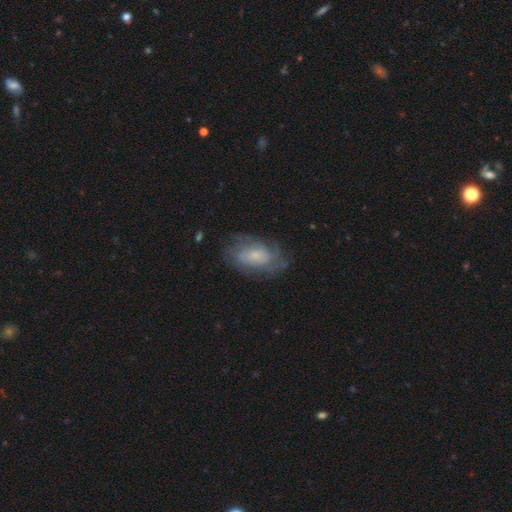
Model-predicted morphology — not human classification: Smooth or featured: featured or disk — 65% (smooth — 28%)
Edge-on disk: no — 95% (yes — 5%)
Bar: no — 66% (weak — 29%)
Spiral arms: yes — 82% (no — 18%)
Spiral winding: tight — 50% (medium — 36%)
Spiral arm count: can't tell — 50% (2 — 23%)
Bulge size: small — 47% (moderate — 33%)
Merging: none — 67% (minor disturbance — 20%)